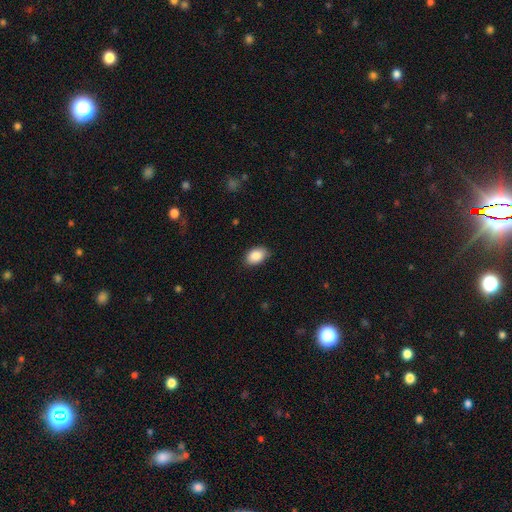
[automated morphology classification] Smooth or featured?
  - smooth: 88% *
  - star or artifact: 7%
  - featured or disk: 5%
How rounded?
  - in between: 88% *
  - round: 11%
  - cigar-shaped: 1%
Merging?
  - none: 82% *
  - minor disturbance: 14%
  - major disturbance: 3%
  - merger: 1%